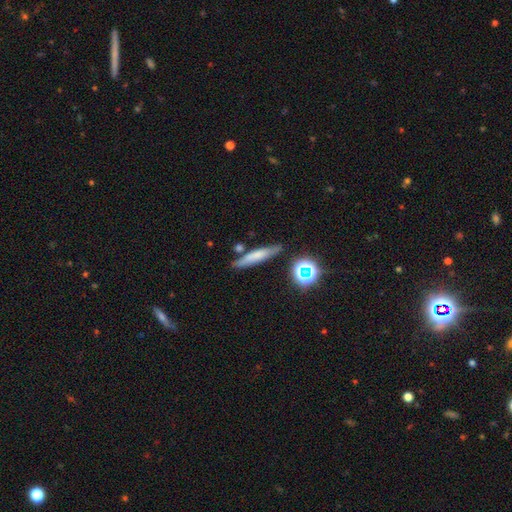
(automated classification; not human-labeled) The model was most divided on "smooth or featured": smooth: 61%, featured or disk: 26%, star or artifact: 13%. More confident: how rounded — cigar-shaped (84%); merging — none (76%).